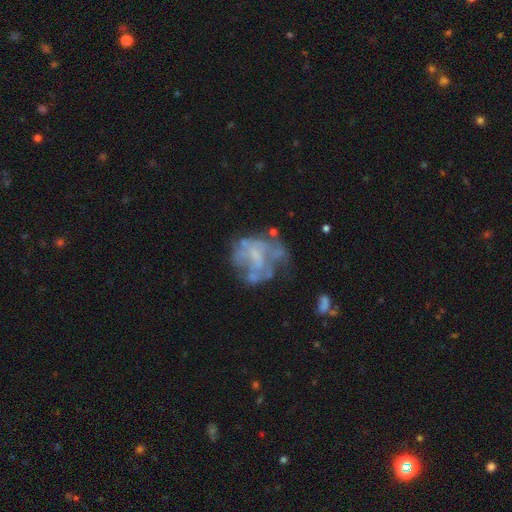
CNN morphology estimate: Q: Smooth or featured?
A: featured or disk (66%); runner-up: smooth (23%)
Q: Edge-on disk?
A: no (98%); runner-up: yes (2%)
Q: Bar?
A: no (74%); runner-up: weak (21%)
Q: Spiral arms?
A: no (74%); runner-up: yes (26%)
Q: Bulge size?
A: none (56%); runner-up: small (23%)
Q: Merging?
A: none (41%); runner-up: major disturbance (29%)